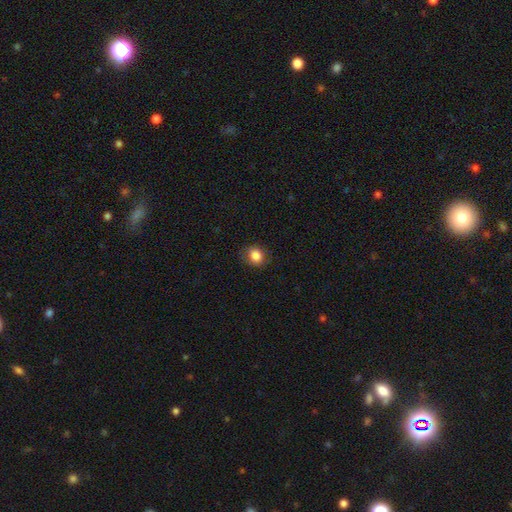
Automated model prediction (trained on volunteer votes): Smooth or featured: smooth — 85% (star or artifact — 9%)
How rounded: round — 60% (in between — 39%)
Merging: none — 80% (minor disturbance — 15%)